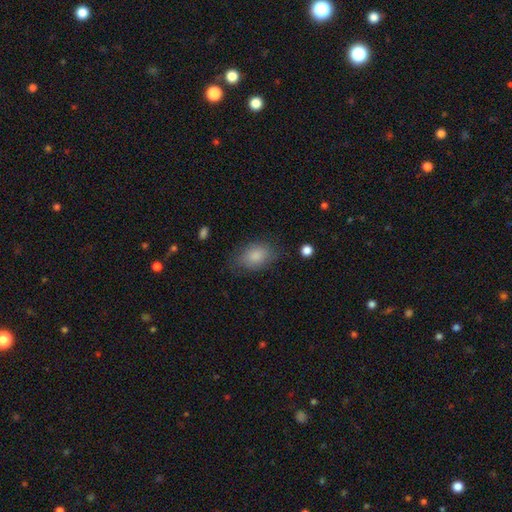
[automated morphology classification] Smooth or featured? Predicted: smooth (p=0.84). How rounded? Predicted: in between (p=0.84). Merging? Predicted: none (p=0.73).